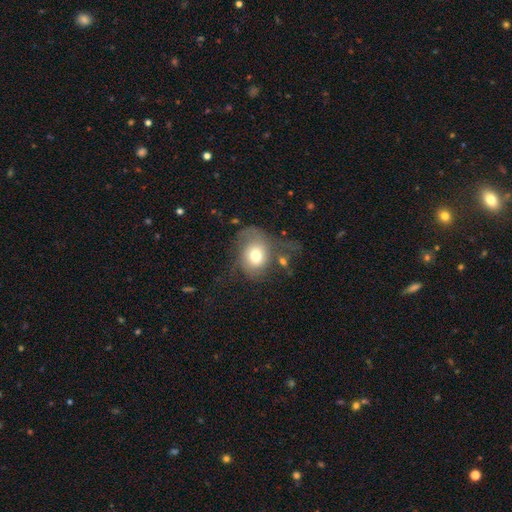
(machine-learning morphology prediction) Overall: smooth (62%; featured or disk 28%). How rounded: round (56%; in between 43%). Merging: none (35%, tied with major disturbance).